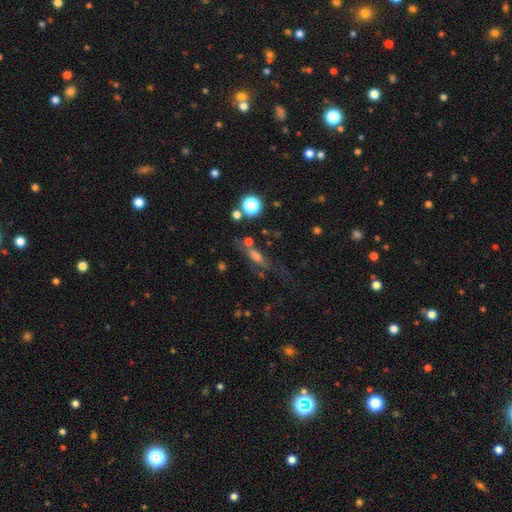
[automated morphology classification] Overall: smooth (52%; featured or disk 29%). How rounded: cigar-shaped (48%; in between 40%). Merging: none (54%; minor disturbance 20%).